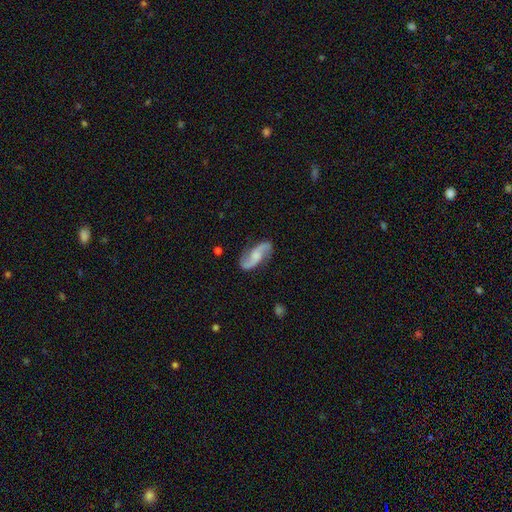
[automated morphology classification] featured or disk 82%, smooth 12%, star or artifact 5%. Down the decision tree: edge-on disk — no (95%); bar — no (53%); spiral arms — yes (96%); spiral arm count — 2 (93%); spiral winding — loose (60%); bulge size — moderate (38%); merging — none (81%).